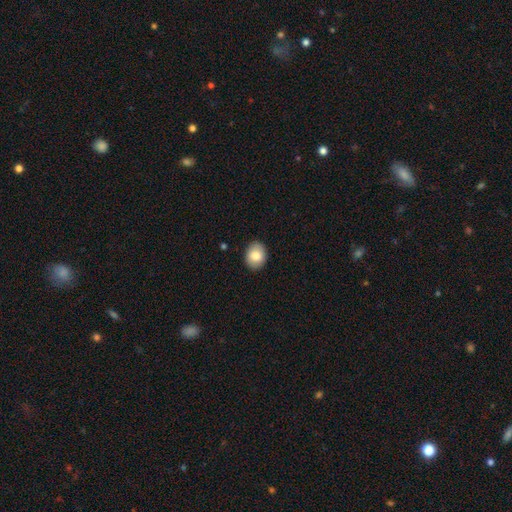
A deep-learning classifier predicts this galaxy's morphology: Smooth or featured: smooth — 83% (featured or disk — 10%)
How rounded: in between — 63% (round — 36%)
Merging: none — 89% (minor disturbance — 8%)